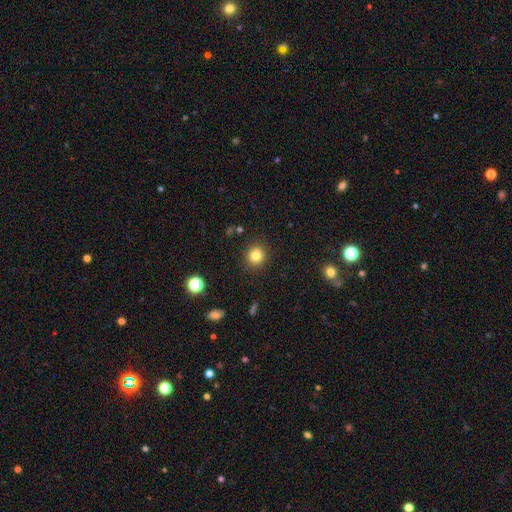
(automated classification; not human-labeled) A smooth galaxy with no disk features (82%) that is round (88%). Merging: none (88%).